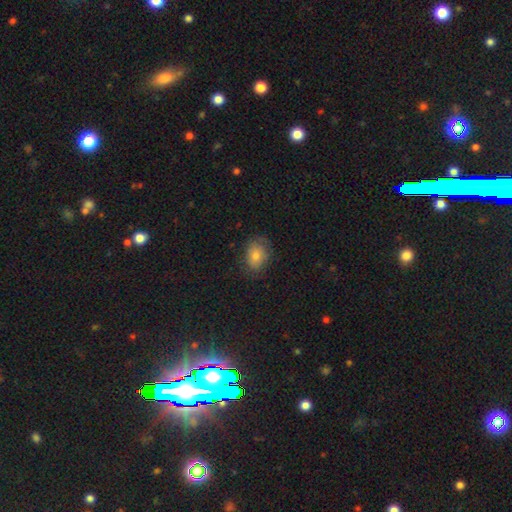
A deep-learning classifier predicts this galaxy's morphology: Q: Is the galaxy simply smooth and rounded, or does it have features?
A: smooth — 72%.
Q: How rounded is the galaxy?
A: in between — 61%.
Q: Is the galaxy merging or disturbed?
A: none — 71%.